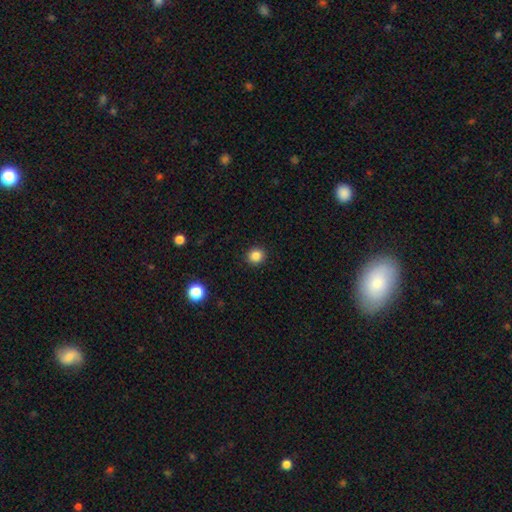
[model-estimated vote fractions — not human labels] Smooth or featured: smooth — 85% (star or artifact — 11%)
How rounded: round — 89% (in between — 10%)
Merging: none — 92% (minor disturbance — 5%)